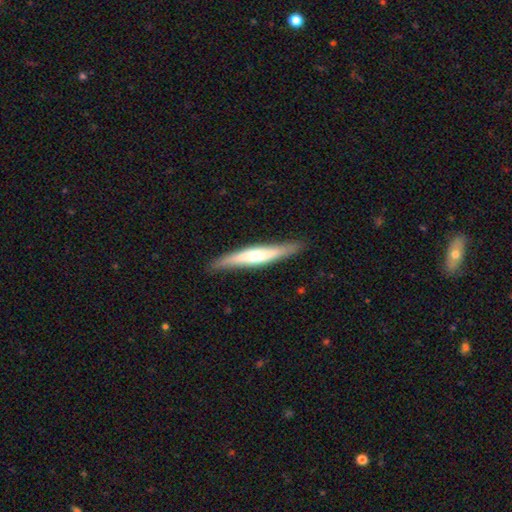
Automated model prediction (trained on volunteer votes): smooth_or_featured: featured or disk (p=0.55) [alt: smooth p=0.39]
disk_edge_on: yes (p=0.90) [alt: no p=0.10]
merging: none (p=0.88) [alt: minor disturbance p=0.09]